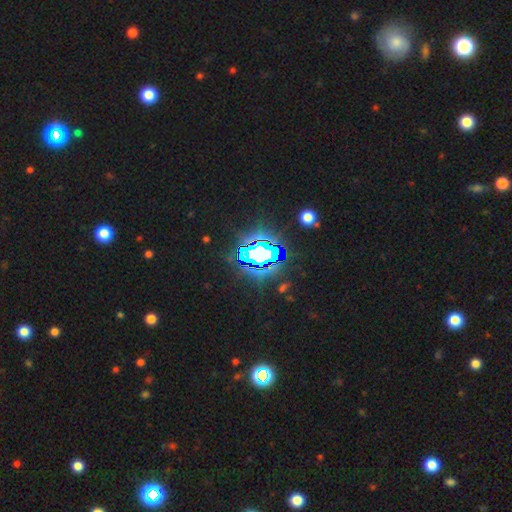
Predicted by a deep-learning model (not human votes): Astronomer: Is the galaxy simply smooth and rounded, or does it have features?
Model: star or artifact — 71%.